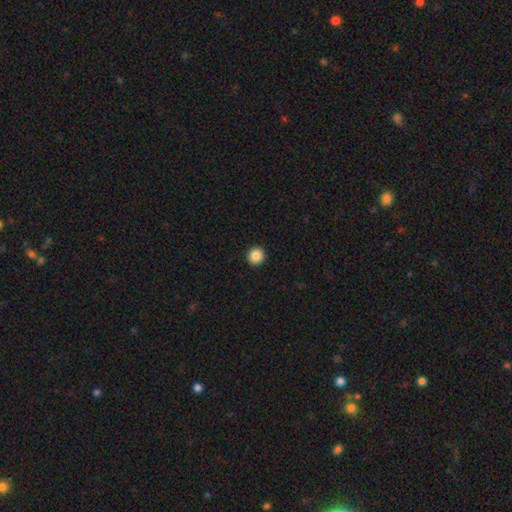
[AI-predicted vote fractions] Q: Smooth or featured?
A: smooth (88%); runner-up: star or artifact (9%)
Q: How rounded?
A: round (94%); runner-up: in between (5%)
Q: Merging?
A: none (94%); runner-up: minor disturbance (4%)